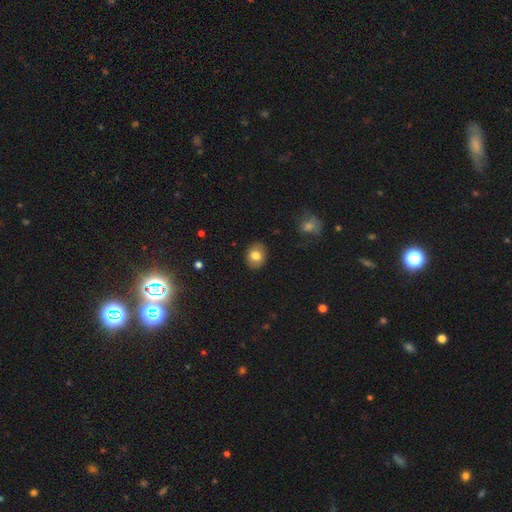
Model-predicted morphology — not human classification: Smooth or featured? Predicted: smooth (p=0.79). How rounded? Predicted: round (p=0.51). Merging? Predicted: none (p=0.89).